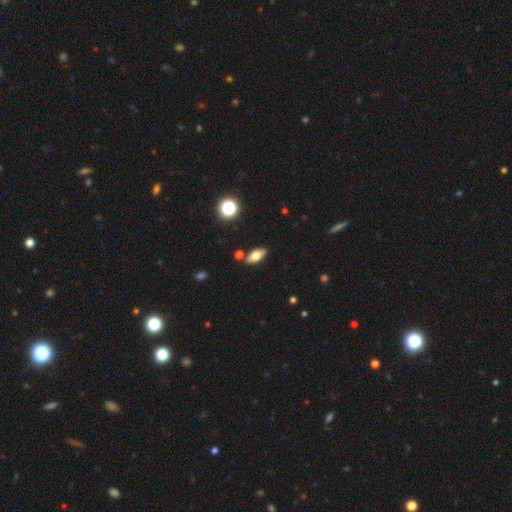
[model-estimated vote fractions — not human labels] smooth_or_featured: smooth (p=0.66) [alt: featured or disk p=0.24]
how_rounded: in between (p=0.84) [alt: cigar-shaped p=0.11]
merging: none (p=0.84) [alt: minor disturbance p=0.09]